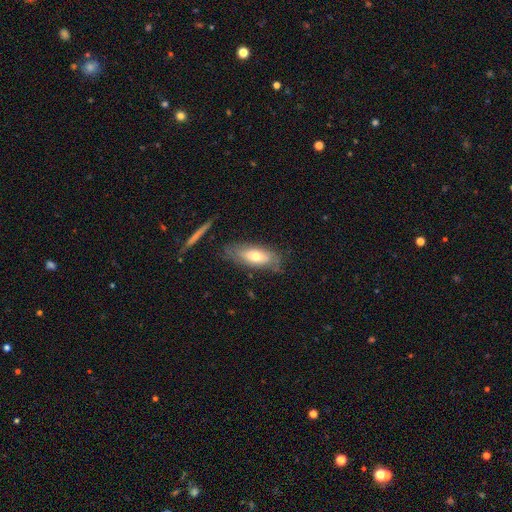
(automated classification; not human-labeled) This appears to be a smooth galaxy with no disk features (58%) that is in between round and cigar-shaped (76%). Merging: none (66%).